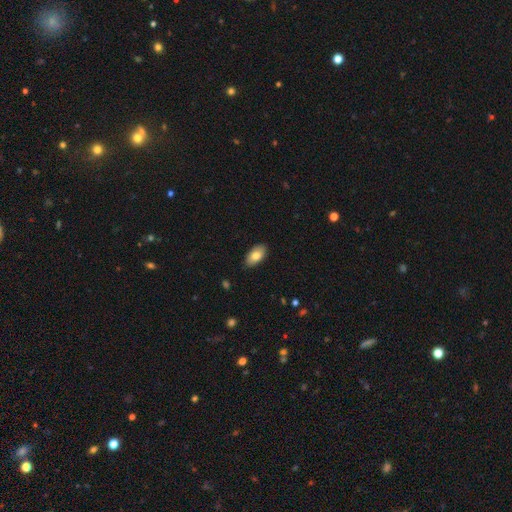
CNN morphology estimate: Smooth or featured: smooth — 80% (featured or disk — 13%)
How rounded: in between — 94% (round — 4%)
Merging: none — 86% (minor disturbance — 11%)